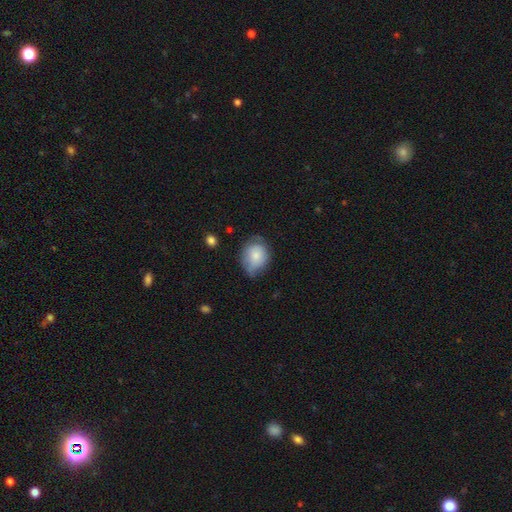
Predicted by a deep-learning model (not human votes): Smooth or featured: smooth — 74% (featured or disk — 19%)
How rounded: round — 50% (in between — 49%)
Merging: none — 50% (minor disturbance — 37%)